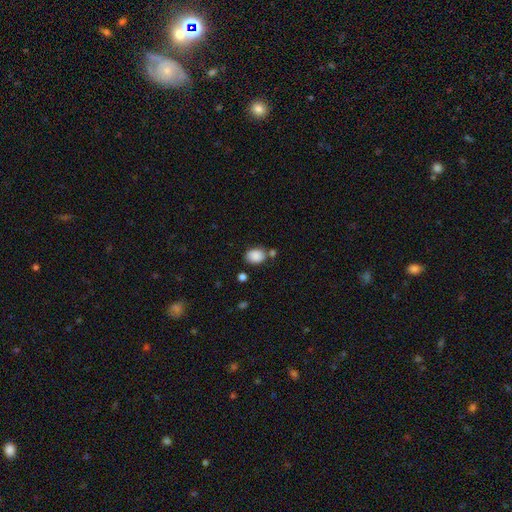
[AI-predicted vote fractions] Morphology: type=smooth (87%); roundness=in between (65%); merging=none (64%).